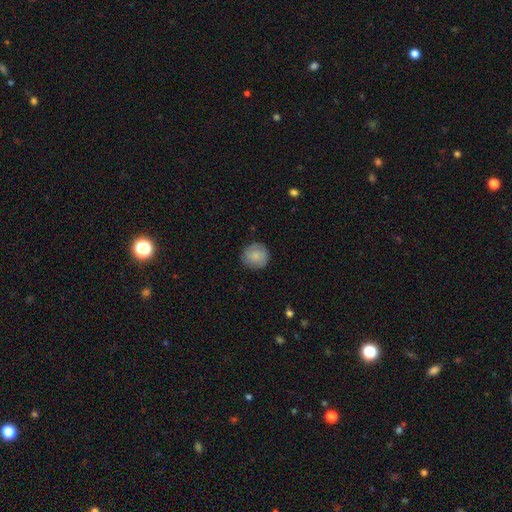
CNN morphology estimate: This appears to be a smooth galaxy with no disk features (80%) that is round (92%). Merging: none (86%).